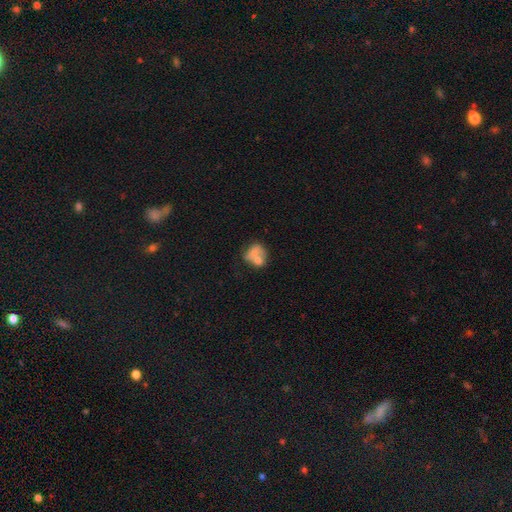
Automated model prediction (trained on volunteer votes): Smooth or featured? Predicted: smooth (p=0.62). How rounded? Predicted: round (p=0.58). Merging? Predicted: merger (p=0.56).